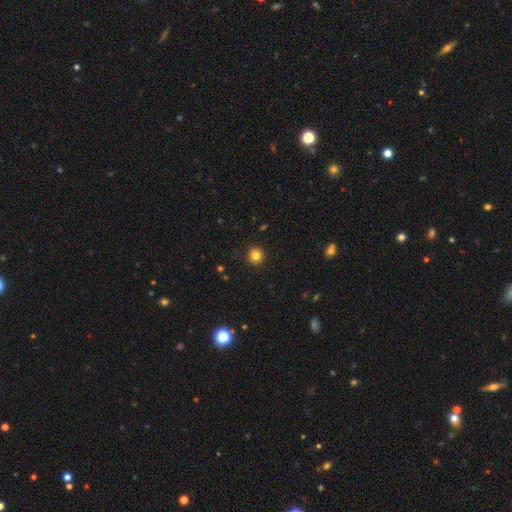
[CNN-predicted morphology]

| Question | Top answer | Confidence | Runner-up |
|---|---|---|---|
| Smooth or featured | smooth | 82% | star or artifact (12%) |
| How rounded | round | 88% | in between (11%) |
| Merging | none | 88% | minor disturbance (8%) |